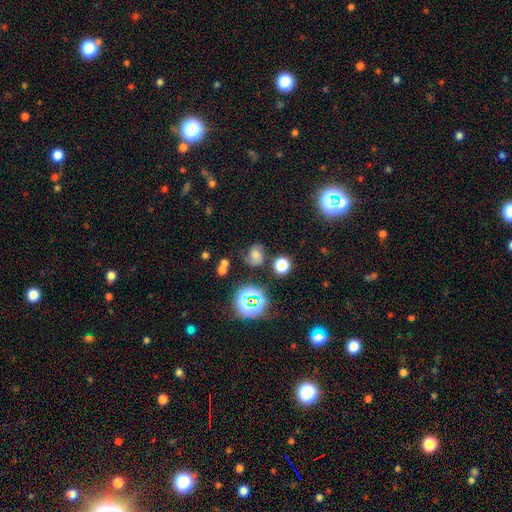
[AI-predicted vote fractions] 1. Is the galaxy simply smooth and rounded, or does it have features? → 42% smooth, 33% featured or disk, 25% star or artifact.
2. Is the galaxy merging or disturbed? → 62% none, 20% minor disturbance, 10% major disturbance, 7% merger.